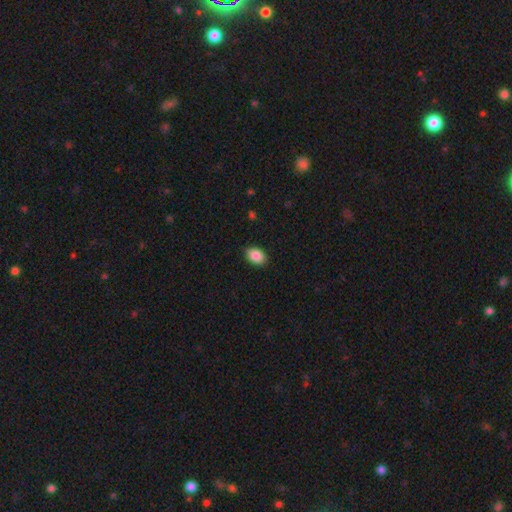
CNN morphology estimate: Smooth or featured? Predicted: smooth (p=0.88). How rounded? Predicted: in between (p=0.83). Merging? Predicted: none (p=0.88).